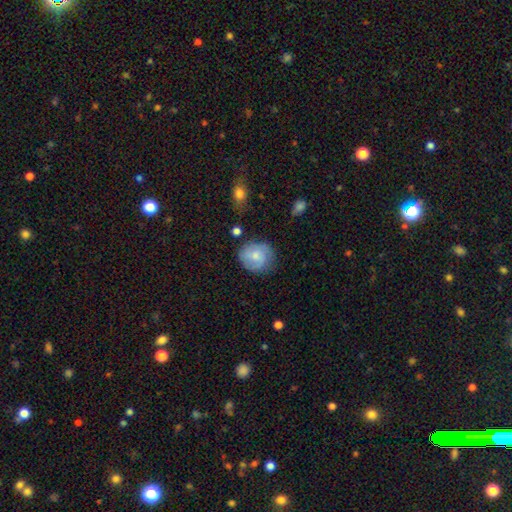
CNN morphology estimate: A smooth galaxy with no disk features (63%) that is round (82%).

Vote fractions:
- Smooth or featured? smooth: 63% / featured or disk: 30% / star or artifact: 7%
- How rounded? round: 82% / in between: 17% / cigar-shaped: 1%
- Merging? none: 71% / minor disturbance: 20% / major disturbance: 6% / merger: 3%